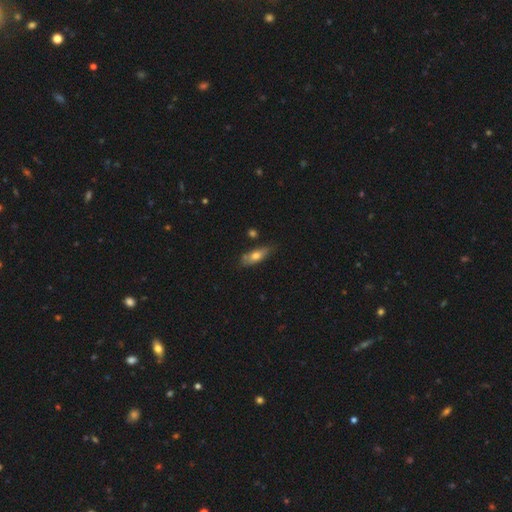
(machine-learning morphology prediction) This is likely a smooth galaxy (67%). How rounded: likely in between (65%). Merging: likely none (70%).